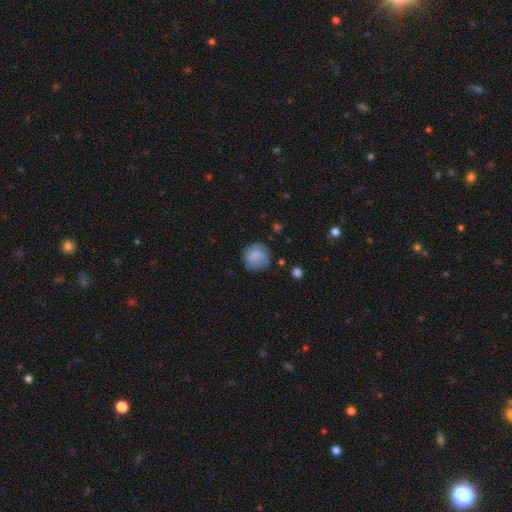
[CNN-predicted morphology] Smooth or featured?
  - smooth: 81% *
  - featured or disk: 11%
  - star or artifact: 7%
How rounded?
  - round: 88% *
  - in between: 11%
  - cigar-shaped: 1%
Merging?
  - none: 73% *
  - minor disturbance: 19%
  - major disturbance: 6%
  - merger: 2%